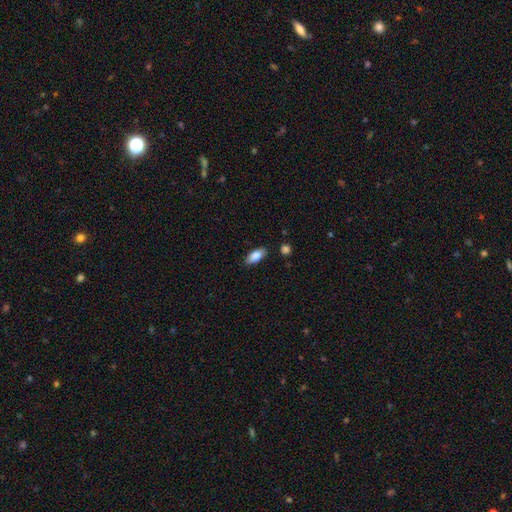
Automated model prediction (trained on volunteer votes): smooth 86%, featured or disk 8%, star or artifact 7%. Down the decision tree: how rounded — in between (87%); merging — none (84%).